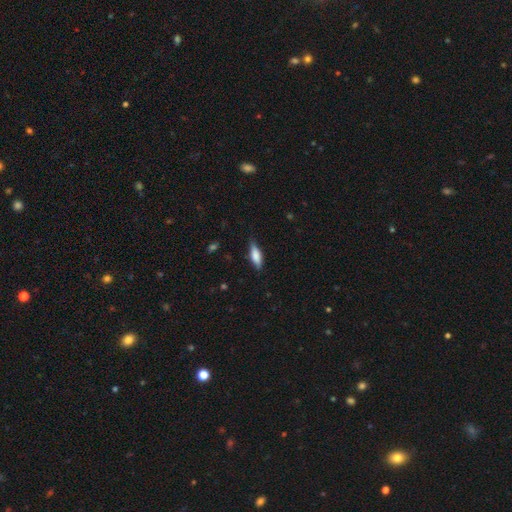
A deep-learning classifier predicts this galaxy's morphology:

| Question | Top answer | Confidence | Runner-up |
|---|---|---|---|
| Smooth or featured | smooth | 76% | featured or disk (18%) |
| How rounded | in between | 62% | cigar-shaped (36%) |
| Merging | none | 77% | minor disturbance (18%) |